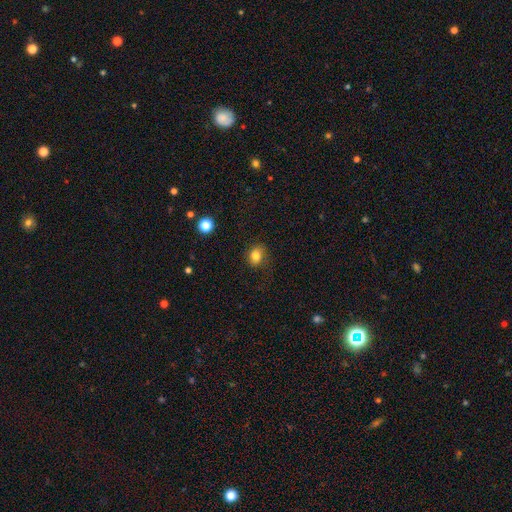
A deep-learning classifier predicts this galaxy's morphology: smooth-or-featured: smooth: 81% | star or artifact: 11% | featured or disk: 7%
  how-rounded: round: 53% | in between: 46% | cigar-shaped: 1%
  merging: none: 76% | minor disturbance: 17% | major disturbance: 6% | merger: 1%